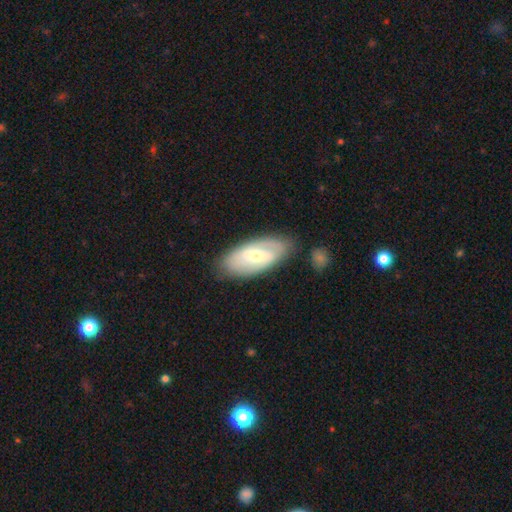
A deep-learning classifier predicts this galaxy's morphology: A featured or disk galaxy (65%) with a weak bar (48%), spiral arms (75%) and a moderate central bulge (53%). Merging: none (79%).